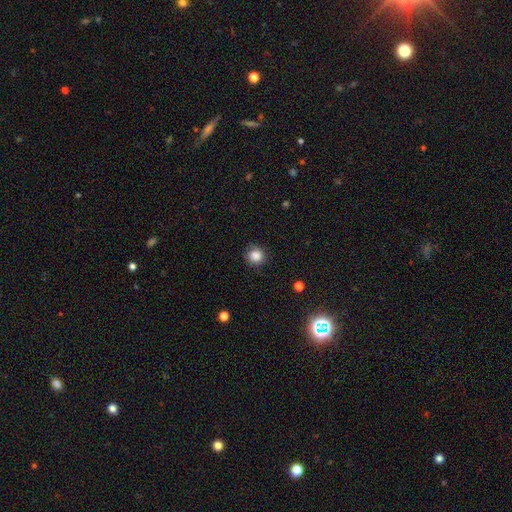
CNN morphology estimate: type=smooth (86%); roundness=round (91%); merging=none (85%).